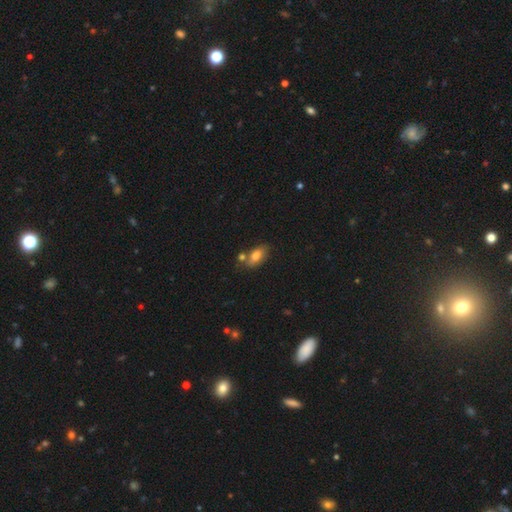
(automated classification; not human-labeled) Q: Smooth or featured?
A: smooth (77%); runner-up: featured or disk (15%)
Q: How rounded?
A: in between (87%); runner-up: cigar-shaped (7%)
Q: Merging?
A: none (58%); runner-up: merger (21%)